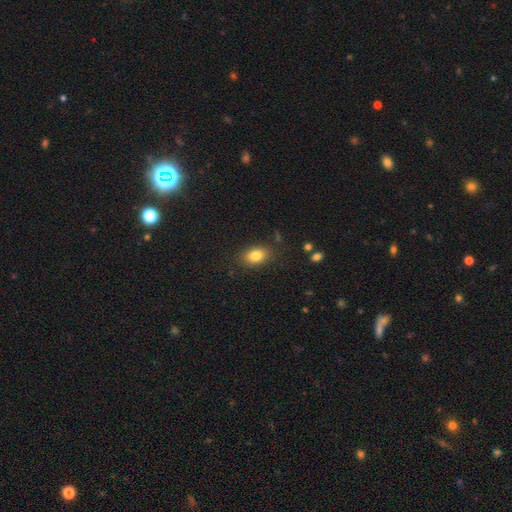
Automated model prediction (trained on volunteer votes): Q: Smooth or featured?
A: smooth (83%); runner-up: star or artifact (9%)
Q: How rounded?
A: in between (79%); runner-up: round (19%)
Q: Merging?
A: none (83%); runner-up: minor disturbance (12%)